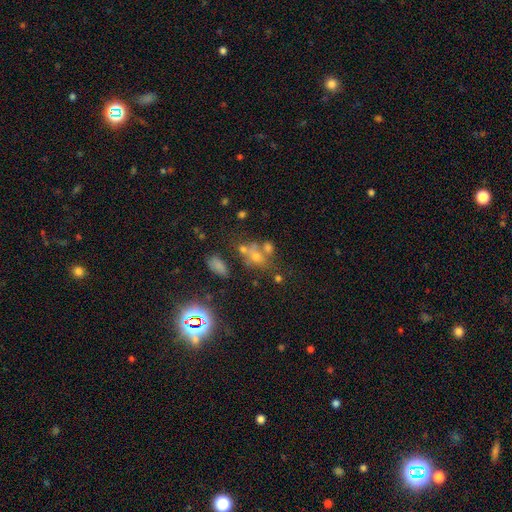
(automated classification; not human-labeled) Smooth or featured: smooth — 40% (star or artifact — 38%)
Merging: none — 44% (merger — 34%)